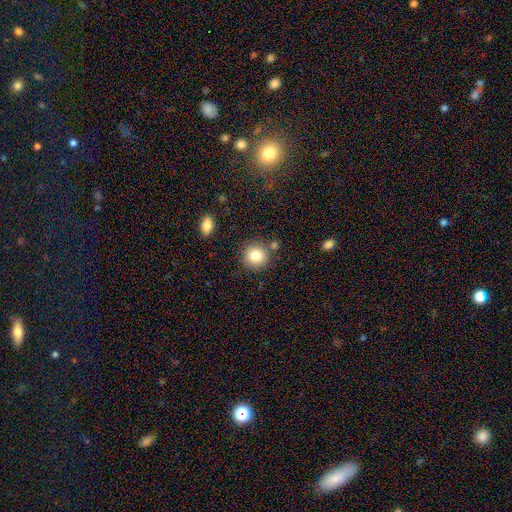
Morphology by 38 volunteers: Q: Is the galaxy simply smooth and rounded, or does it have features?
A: smooth — 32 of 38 (84%).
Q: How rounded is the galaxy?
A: round — 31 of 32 (97%).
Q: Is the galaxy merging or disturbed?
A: none — 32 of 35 (91%).